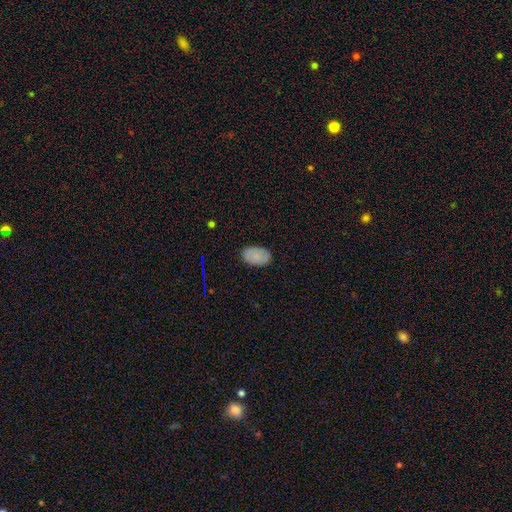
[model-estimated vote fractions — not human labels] Smooth or featured: smooth — 81% (featured or disk — 11%)
How rounded: in between — 90% (round — 9%)
Merging: none — 86% (minor disturbance — 11%)